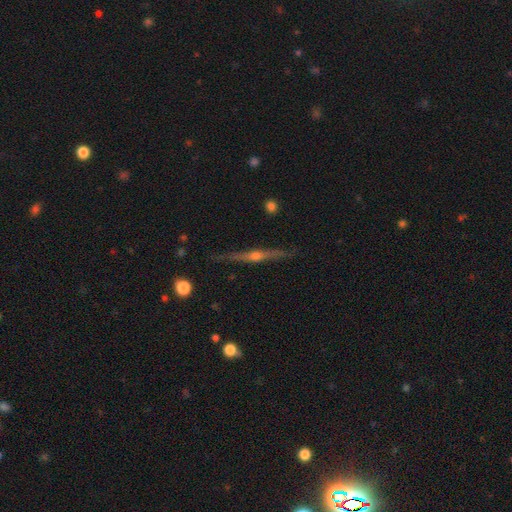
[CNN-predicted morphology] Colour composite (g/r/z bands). It shows a featured or disk galaxy (84%) viewed edge-on (98%) with a rounded central bulge (91%). Merging: none (89%).